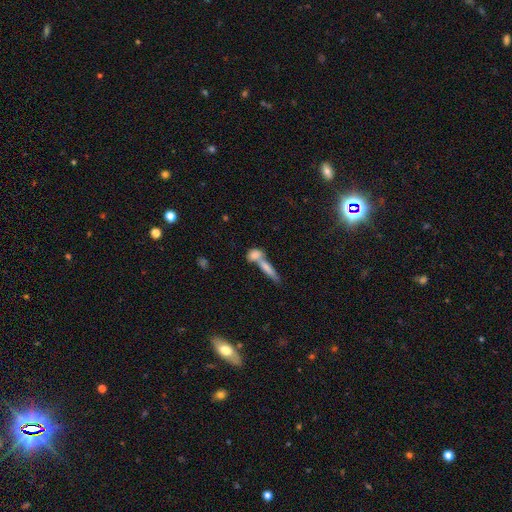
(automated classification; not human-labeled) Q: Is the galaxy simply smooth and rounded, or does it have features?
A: smooth — 74%.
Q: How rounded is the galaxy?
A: in between — 47%.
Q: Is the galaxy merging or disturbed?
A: merger — 57%.